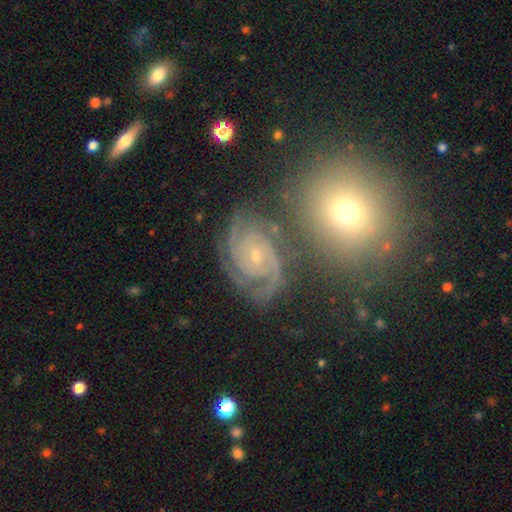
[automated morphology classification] smooth-or-featured: featured or disk: 89% | star or artifact: 6% | smooth: 5%
  disk-edge-on: no: 98% | yes: 2%
    bar: no: 70% | weak: 23% | strong: 7%
    has-spiral-arms: yes: 98% | no: 2%
      spiral-winding: tight: 69% | medium: 27% | loose: 4%
      spiral-arm-count: 2: 50% | 3: 26% | can't tell: 9% | 4: 6% | more than 4: 5% | 1: 5%
    bulge-size: small: 76% | moderate: 20% | none: 2% | large: 1% | dominant: 1%
  merging: none: 73% | minor disturbance: 15% | merger: 6% | major disturbance: 6%